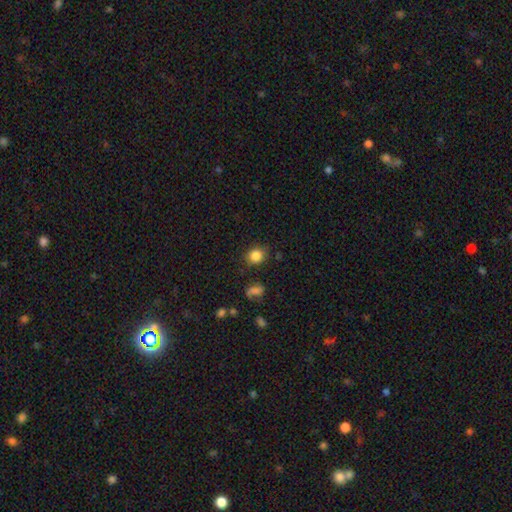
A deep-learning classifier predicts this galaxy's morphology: This is clearly a smooth galaxy (84%). How rounded: likely round (63%). Merging: clearly none (82%).